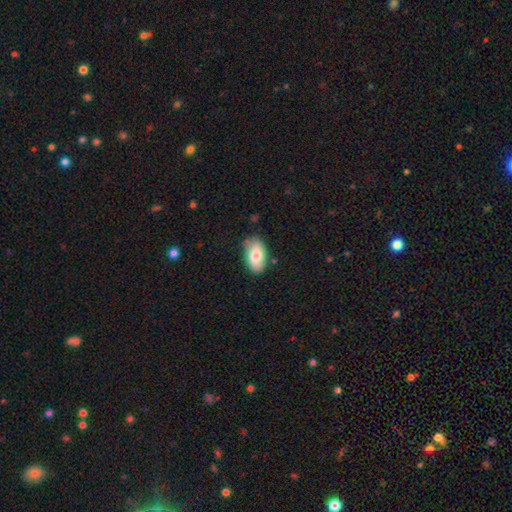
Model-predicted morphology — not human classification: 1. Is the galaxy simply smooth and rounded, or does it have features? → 76% smooth, 18% featured or disk, 6% star or artifact.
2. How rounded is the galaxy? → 93% in between, 5% round, 2% cigar-shaped.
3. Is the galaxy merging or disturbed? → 78% none, 17% minor disturbance, 3% major disturbance, 2% merger.